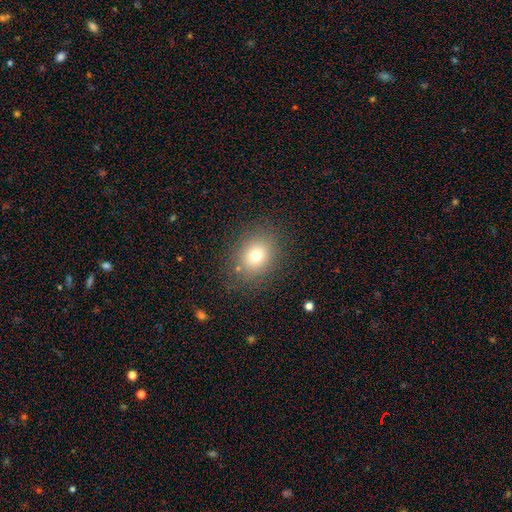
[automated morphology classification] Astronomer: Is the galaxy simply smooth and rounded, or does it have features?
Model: smooth — 73%.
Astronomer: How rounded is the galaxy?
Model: round — 61% (runner-up: in between, 38%).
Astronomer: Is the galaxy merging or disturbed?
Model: none — 82%.